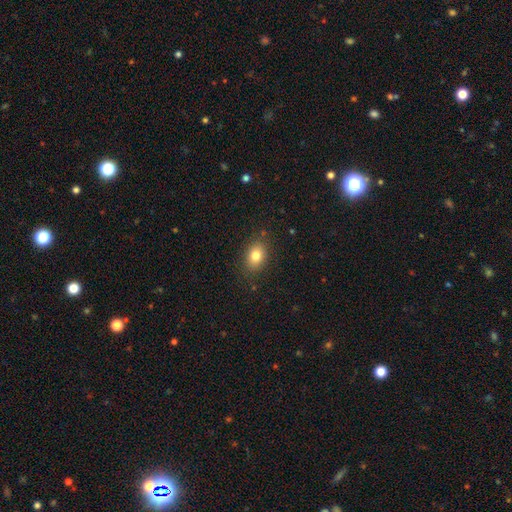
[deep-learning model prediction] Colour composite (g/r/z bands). It shows a smooth galaxy with no disk features (80%) that is in between round and cigar-shaped (75%). Merging: none (85%).